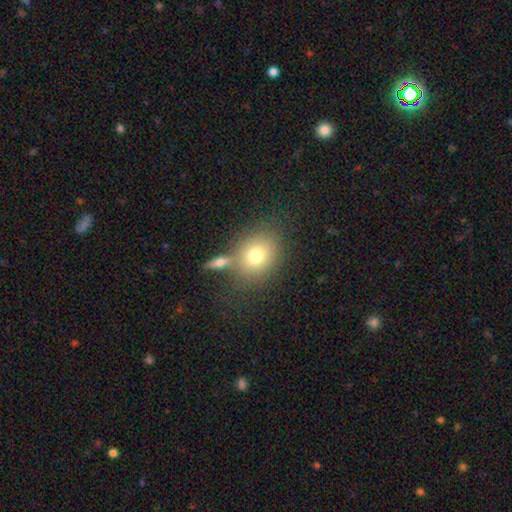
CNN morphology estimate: Q: Smooth or featured?
A: smooth (75%); runner-up: featured or disk (14%)
Q: How rounded?
A: round (59%); runner-up: in between (40%)
Q: Merging?
A: none (64%); runner-up: merger (18%)